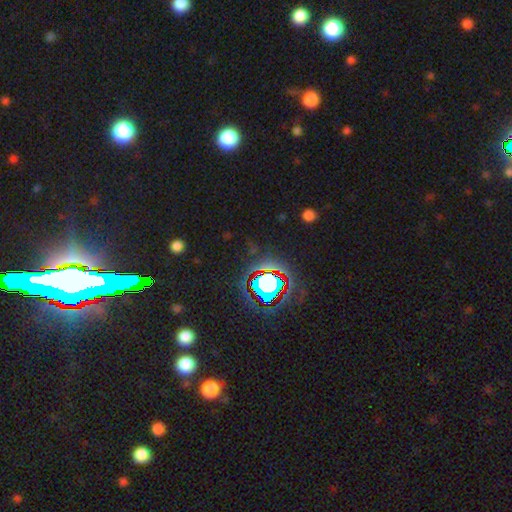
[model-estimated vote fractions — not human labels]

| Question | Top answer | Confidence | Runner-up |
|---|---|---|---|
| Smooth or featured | star or artifact | 78% | smooth (13%) |